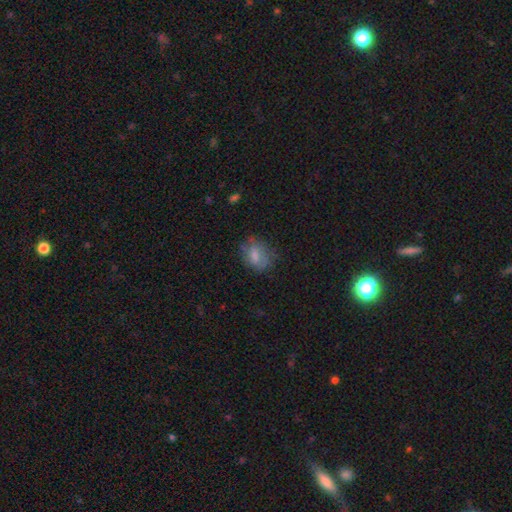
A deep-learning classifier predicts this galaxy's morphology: Overall: smooth (68%). How rounded: in between (72%). Merging: none (63%; minor disturbance 24%).